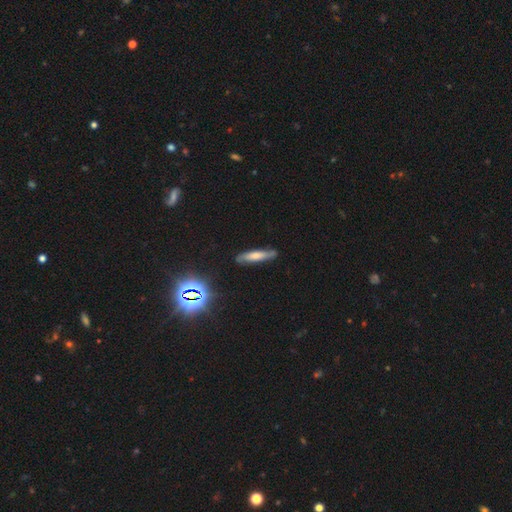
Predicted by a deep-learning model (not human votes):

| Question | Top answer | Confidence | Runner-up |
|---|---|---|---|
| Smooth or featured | smooth | 50% | featured or disk (38%) |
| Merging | none | 78% | minor disturbance (16%) |